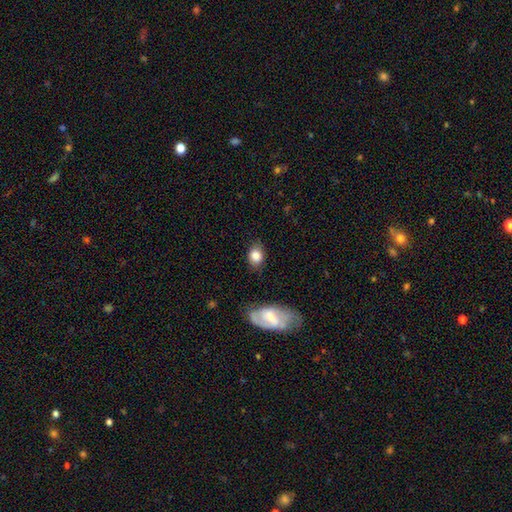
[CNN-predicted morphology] A smooth galaxy with no disk features (82%) that is in between round and cigar-shaped (62%).

Vote fractions:
- Smooth or featured? smooth: 82% / featured or disk: 10% / star or artifact: 8%
- How rounded? in between: 62% / round: 36% / cigar-shaped: 2%
- Merging? none: 76% / minor disturbance: 17% / major disturbance: 4% / merger: 3%